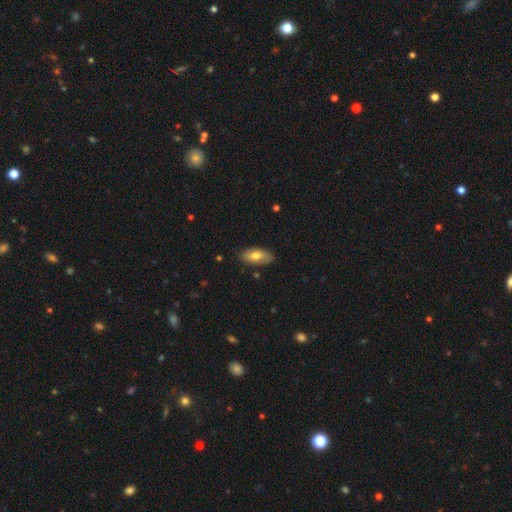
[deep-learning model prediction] A smooth galaxy with no disk features (73%) that is in between round and cigar-shaped (90%). Merging: none (81%).